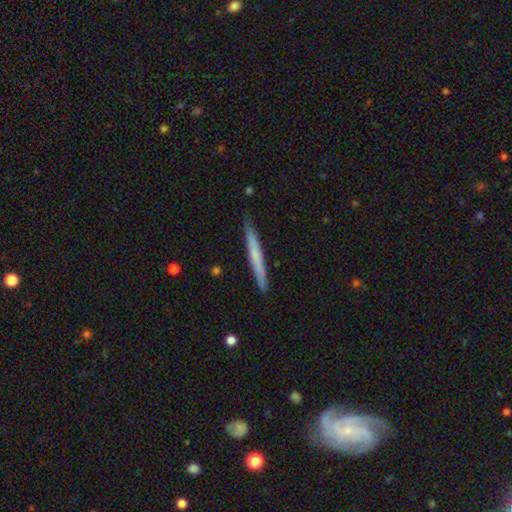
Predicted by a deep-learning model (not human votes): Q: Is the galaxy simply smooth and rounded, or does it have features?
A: smooth — 53%.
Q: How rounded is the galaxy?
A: cigar-shaped — 97%.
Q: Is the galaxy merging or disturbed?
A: none — 89%.